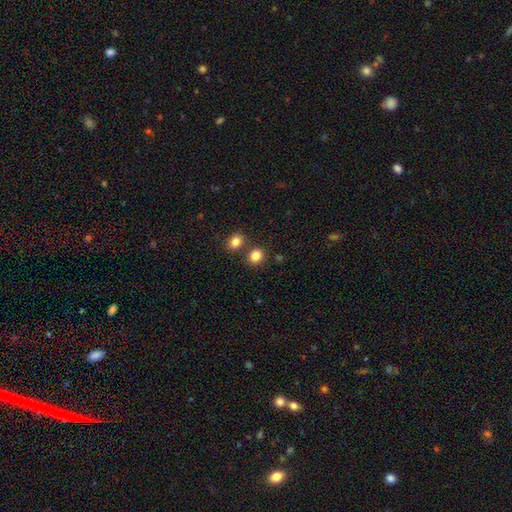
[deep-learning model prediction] The model was most divided on "how rounded": round: 63%, in between: 36%, cigar-shaped: 1%. More confident: smooth or featured — smooth (84%); merging — none (71%).